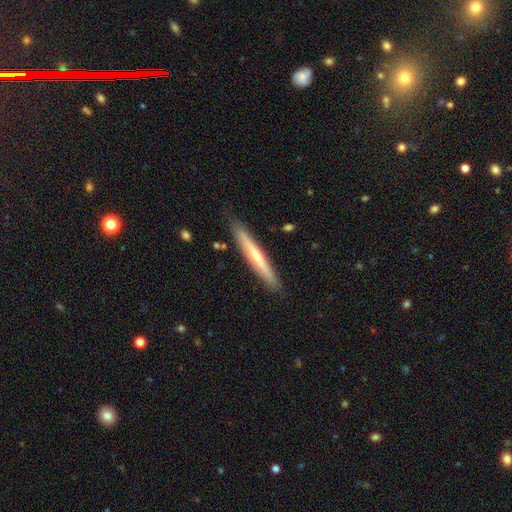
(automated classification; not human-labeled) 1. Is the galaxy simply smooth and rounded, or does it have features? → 54% featured or disk, 41% smooth, 6% star or artifact.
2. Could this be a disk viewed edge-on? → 94% yes, 6% no.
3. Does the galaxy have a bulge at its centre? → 63% rounded, 34% none, 3% boxy.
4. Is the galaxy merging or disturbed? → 88% none, 9% minor disturbance, 2% major disturbance, 1% merger.